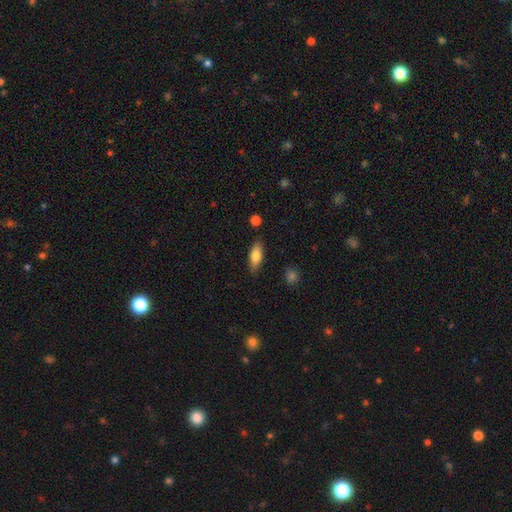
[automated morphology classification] Overall: smooth (77%). How rounded: in between (71%). Merging: none (86%).